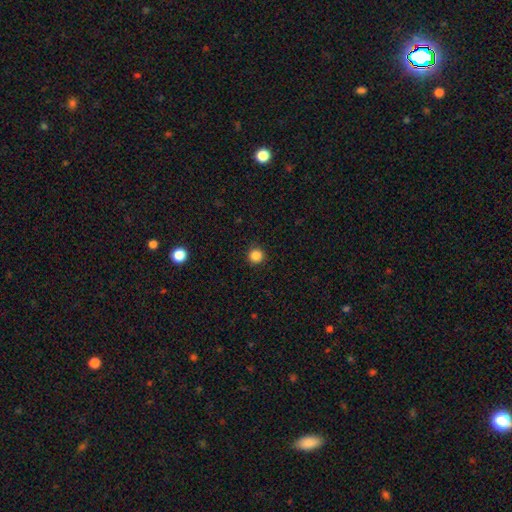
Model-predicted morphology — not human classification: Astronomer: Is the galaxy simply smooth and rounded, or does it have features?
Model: smooth — 86%.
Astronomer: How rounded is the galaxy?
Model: round — 96%.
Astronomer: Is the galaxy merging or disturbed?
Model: none — 92%.